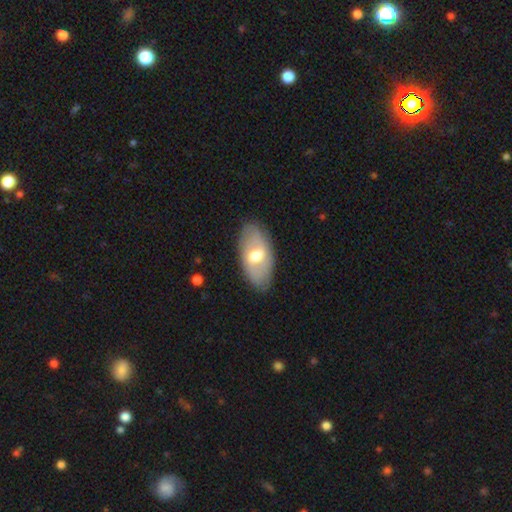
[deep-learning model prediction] Morphology: type=featured or disk (48%); merging=none (81%).